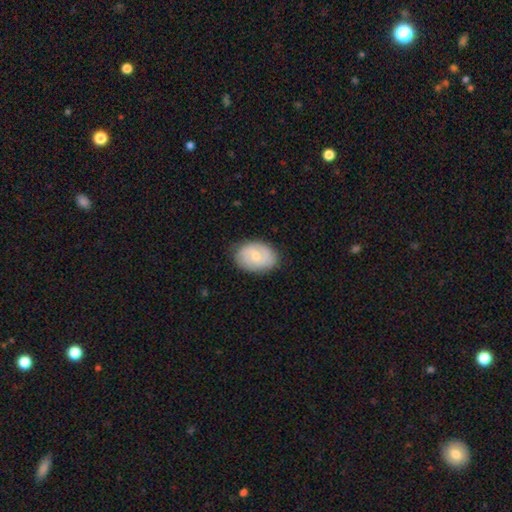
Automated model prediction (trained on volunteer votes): smooth-or-featured: featured or disk: 57% | smooth: 37% | star or artifact: 6%
  disk-edge-on: no: 97% | yes: 3%
    bar: no: 54% | weak: 40% | strong: 6%
    has-spiral-arms: yes: 83% | no: 17%
    bulge-size: small: 52% | moderate: 44% | none: 2% | large: 1% | dominant: 1%
  merging: none: 82% | minor disturbance: 14% | major disturbance: 3% | merger: 1%